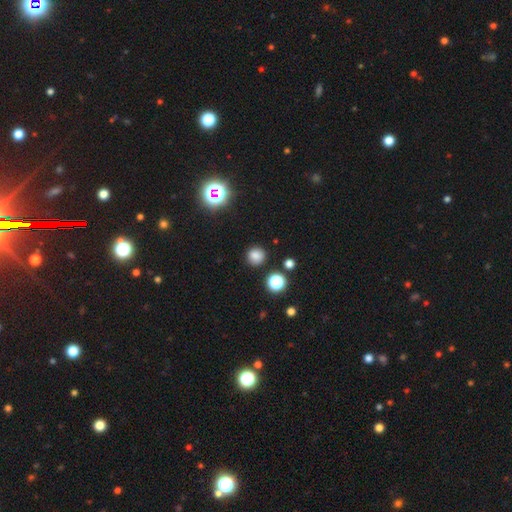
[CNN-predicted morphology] Smooth or featured? smooth (79%)
How rounded? round (90%)
Merging? none (88%)